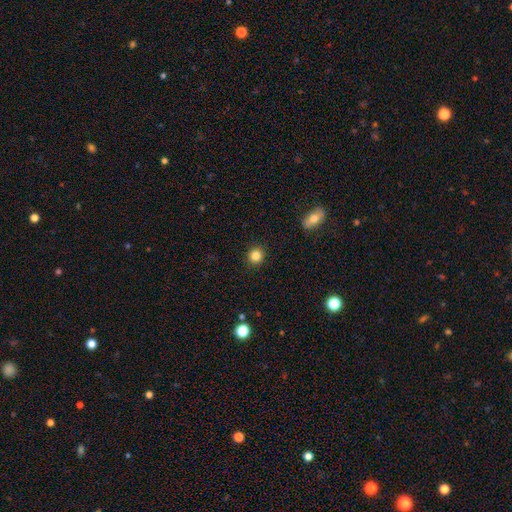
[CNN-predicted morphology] smooth_or_featured: smooth (p=0.84) [alt: star or artifact p=0.11]
how_rounded: round (p=0.91) [alt: in between p=0.08]
merging: none (p=0.91) [alt: minor disturbance p=0.06]